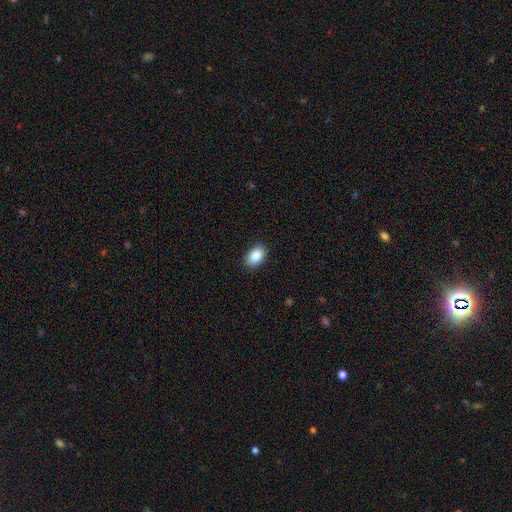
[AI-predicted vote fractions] smooth_or_featured: smooth (p=0.88) [alt: star or artifact p=0.07]
how_rounded: in between (p=0.88) [alt: round p=0.11]
merging: none (p=0.86) [alt: minor disturbance p=0.11]